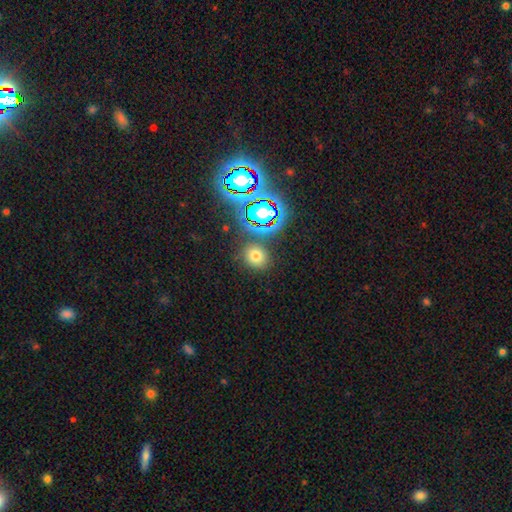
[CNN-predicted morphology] smooth_or_featured: smooth (p=0.67) [alt: star or artifact p=0.24]
how_rounded: round (p=0.71) [alt: in between p=0.28]
merging: none (p=0.84) [alt: minor disturbance p=0.08]